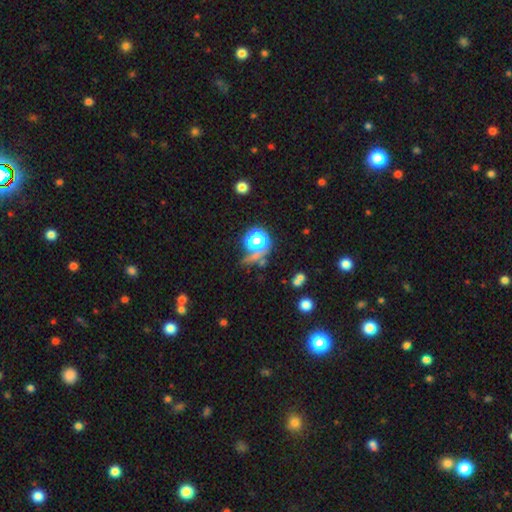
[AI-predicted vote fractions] Morphology: type=star or artifact (54%).